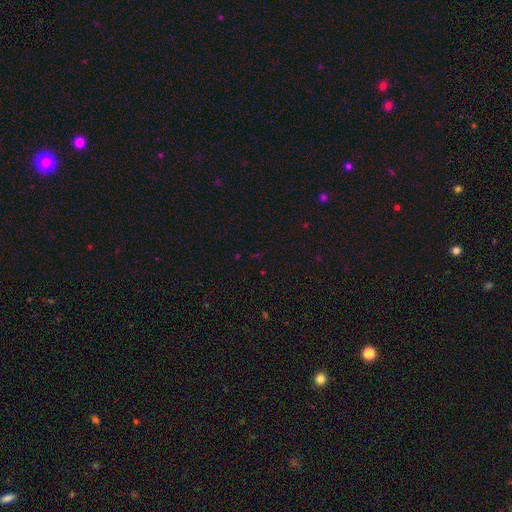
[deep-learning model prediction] Smooth or featured? Predicted: star or artifact (p=0.68).